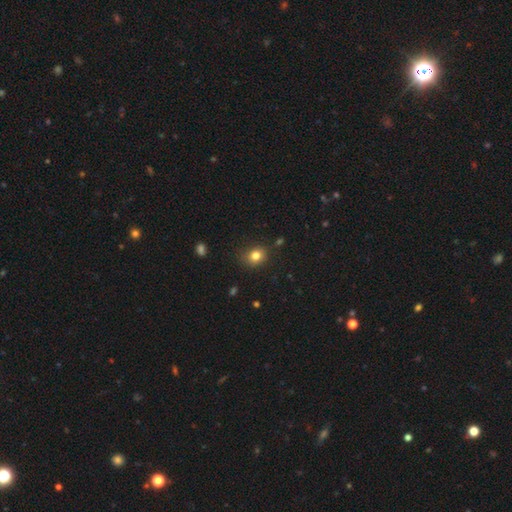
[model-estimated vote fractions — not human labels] Smooth or featured? smooth (81%)
How rounded? round (64%)
Merging? none (80%)